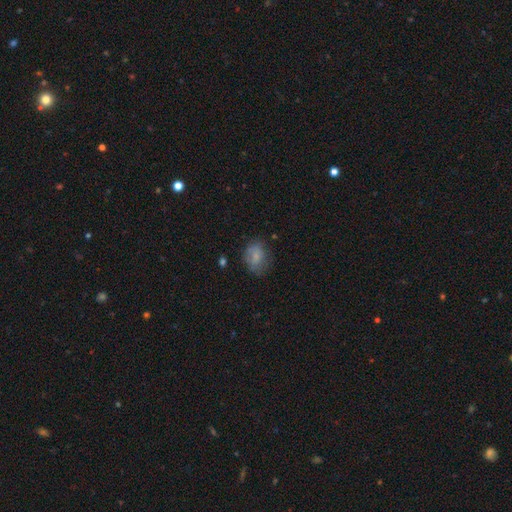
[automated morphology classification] This is likely a smooth galaxy (70%). How rounded: likely in between (67%). Merging: possibly none (58%).